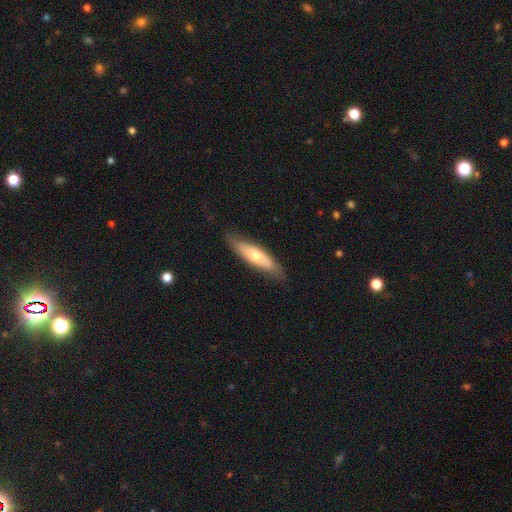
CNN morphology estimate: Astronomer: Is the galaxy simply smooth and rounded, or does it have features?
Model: smooth — 57% (runner-up: featured or disk, 38%).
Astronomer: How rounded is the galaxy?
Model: cigar-shaped — 59% (runner-up: in between, 39%).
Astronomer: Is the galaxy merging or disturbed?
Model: none — 79%.